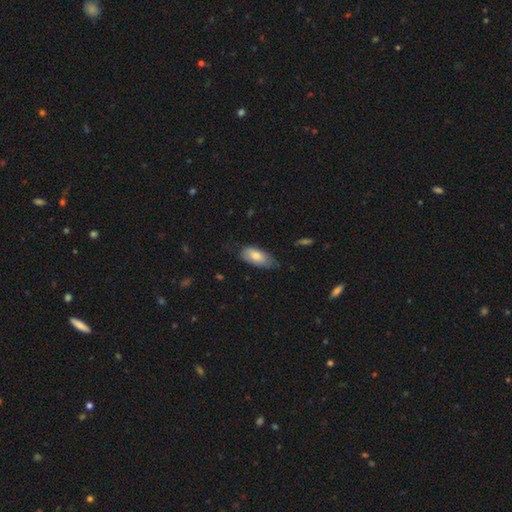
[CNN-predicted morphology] The model was most divided on "merging": none: 60%, minor disturbance: 32%, major disturbance: 7%, merger: 1%. More confident: how rounded — in between (89%); smooth or featured — smooth (77%).